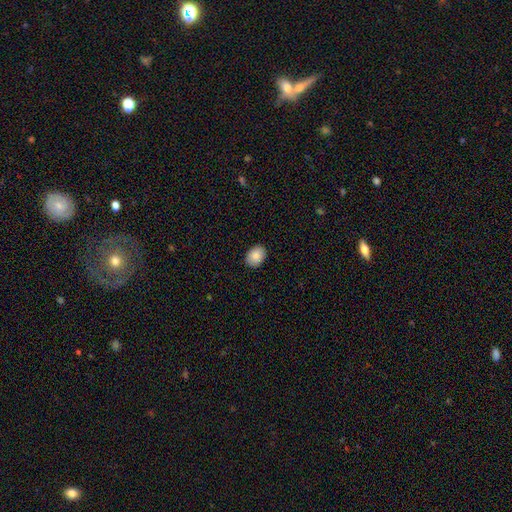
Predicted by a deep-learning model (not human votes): A smooth galaxy with no disk features (87%) that is in between round and cigar-shaped (70%).

Vote fractions:
- Smooth or featured? smooth: 87% / star or artifact: 7% / featured or disk: 5%
- How rounded? in between: 70% / round: 29% / cigar-shaped: 1%
- Merging? none: 89% / minor disturbance: 8% / major disturbance: 2% / merger: 1%